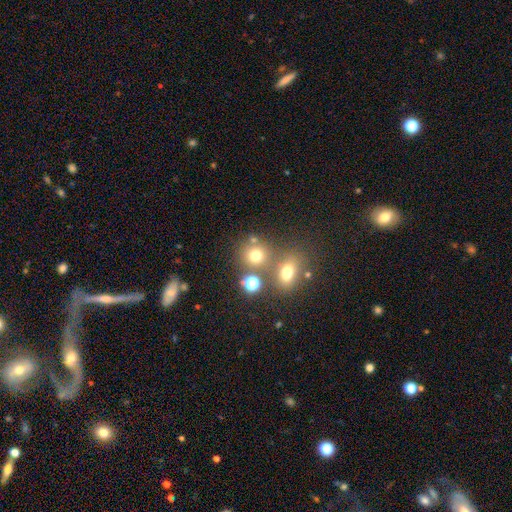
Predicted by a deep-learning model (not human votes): smooth 68%, star or artifact 21%, featured or disk 11%. Down the decision tree: how rounded — round (83%); merging — none (60%).